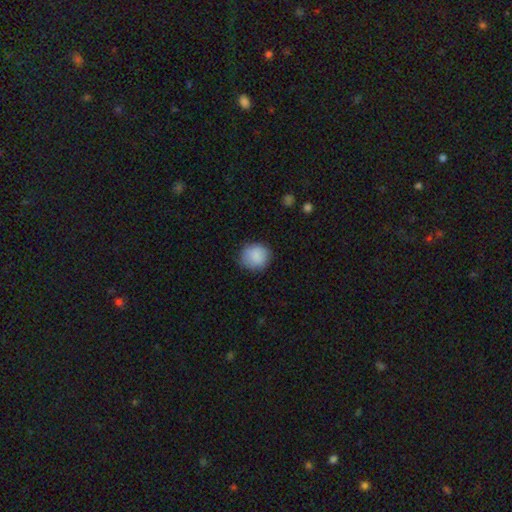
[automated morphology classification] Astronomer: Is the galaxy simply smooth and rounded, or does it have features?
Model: smooth — 87%.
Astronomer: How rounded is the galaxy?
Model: round — 85%.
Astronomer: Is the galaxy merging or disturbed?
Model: none — 80%.